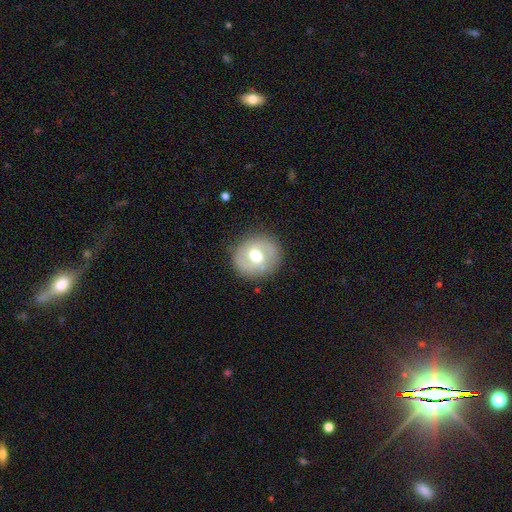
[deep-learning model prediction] This is possibly a featured or disk galaxy (51%). It is clearly not viewed edge-on (96%). Merging: clearly none (83%).